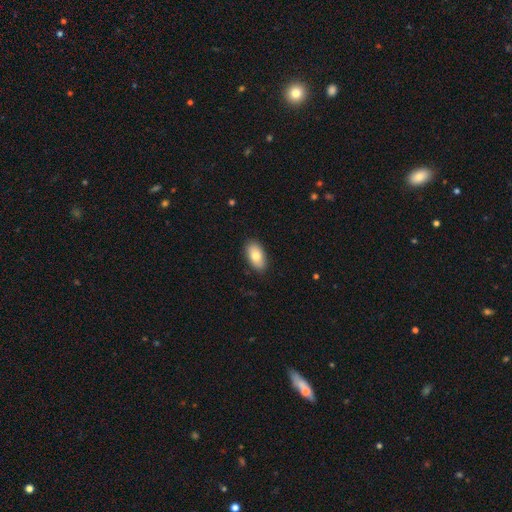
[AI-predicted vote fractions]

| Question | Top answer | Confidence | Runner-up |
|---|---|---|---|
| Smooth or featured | smooth | 79% | featured or disk (14%) |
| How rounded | in between | 93% | round (4%) |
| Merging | none | 87% | minor disturbance (10%) |